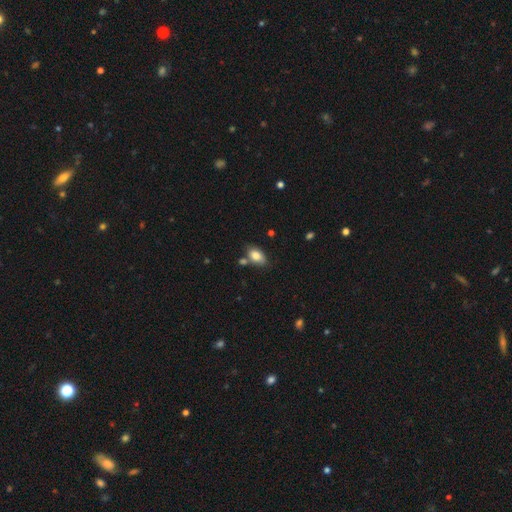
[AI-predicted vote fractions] This appears to be a smooth galaxy with no disk features (83%) that is in between round and cigar-shaped (90%). Merging: none (67%).